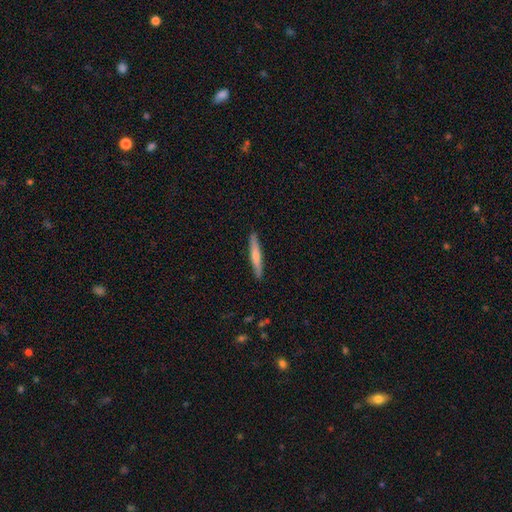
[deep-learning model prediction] smooth_or_featured: smooth (p=0.59) [alt: featured or disk p=0.36]
how_rounded: cigar-shaped (p=0.94) [alt: in between p=0.04]
merging: none (p=0.90) [alt: minor disturbance p=0.07]